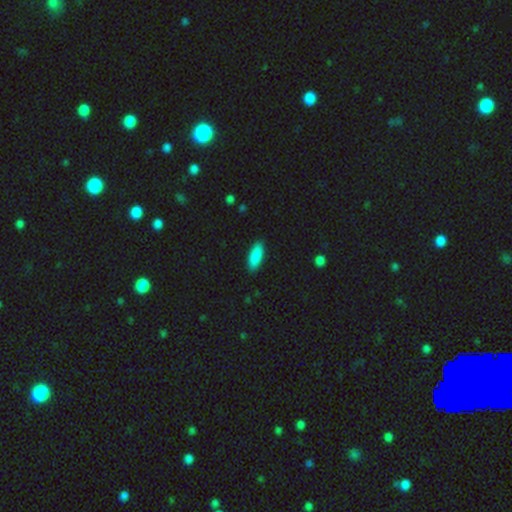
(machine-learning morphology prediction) The model was most divided on "how rounded": in between: 71%, cigar-shaped: 27%, round: 2%. More confident: merging — none (89%); smooth or featured — smooth (89%).